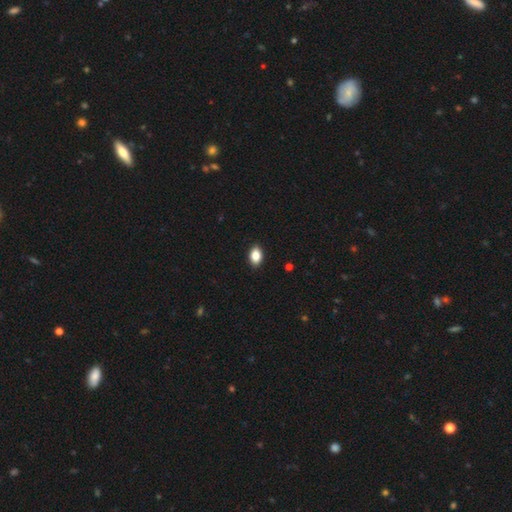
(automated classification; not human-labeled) Smooth or featured? smooth (86%)
How rounded? in between (87%)
Merging? none (90%)